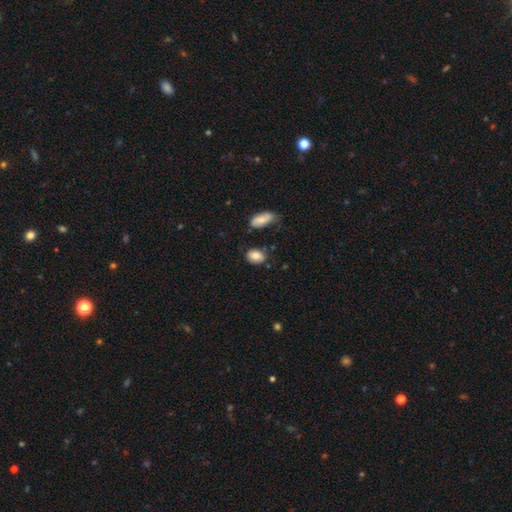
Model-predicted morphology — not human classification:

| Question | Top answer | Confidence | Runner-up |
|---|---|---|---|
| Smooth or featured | smooth | 84% | featured or disk (8%) |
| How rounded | in between | 76% | round (23%) |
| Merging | none | 72% | minor disturbance (19%) |